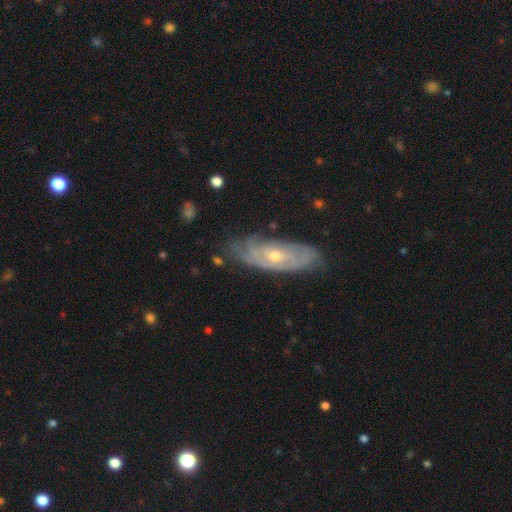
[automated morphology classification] The model was most divided on "smooth or featured": featured or disk: 58%, smooth: 27%, star or artifact: 15%. More confident: merging — none (81%); edge-on disk — no (67%).